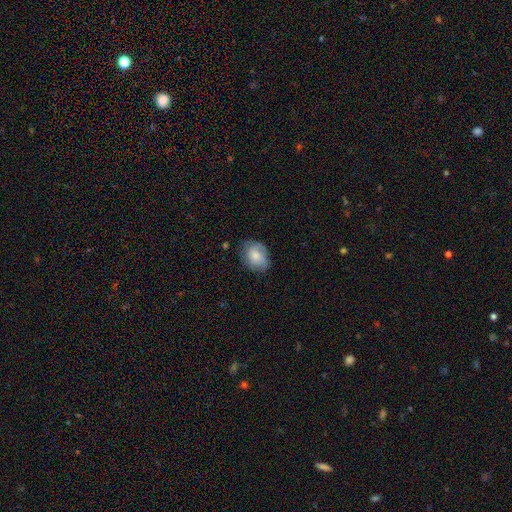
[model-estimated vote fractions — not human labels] A smooth galaxy with no disk features (76%) that is in between round and cigar-shaped (71%).

Vote fractions:
- Smooth or featured? smooth: 76% / featured or disk: 17% / star or artifact: 7%
- How rounded? in between: 71% / round: 28% / cigar-shaped: 1%
- Merging? none: 65% / minor disturbance: 27% / major disturbance: 7% / merger: 1%